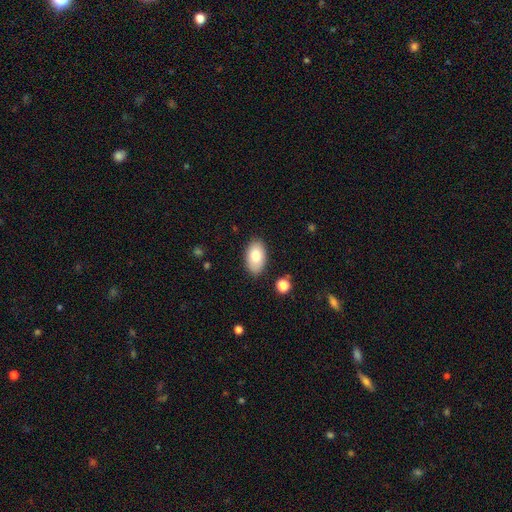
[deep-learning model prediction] Smooth or featured?
  - smooth: 78% *
  - featured or disk: 15%
  - star or artifact: 7%
How rounded?
  - in between: 94% *
  - round: 5%
  - cigar-shaped: 1%
Merging?
  - none: 85% *
  - minor disturbance: 11%
  - major disturbance: 2%
  - merger: 2%